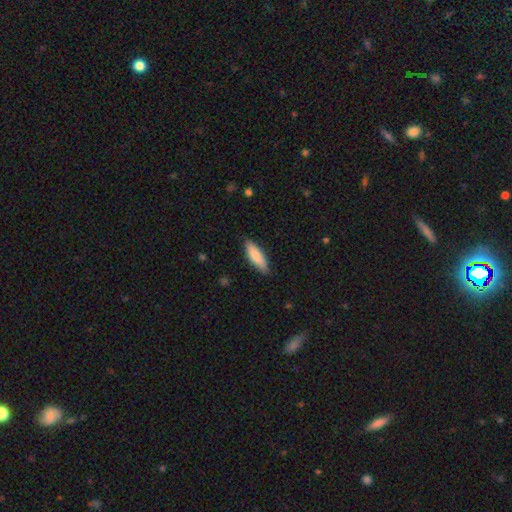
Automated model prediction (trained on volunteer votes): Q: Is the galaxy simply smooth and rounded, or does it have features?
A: smooth — 81%.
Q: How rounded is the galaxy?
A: in between — 51%.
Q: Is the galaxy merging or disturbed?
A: none — 85%.